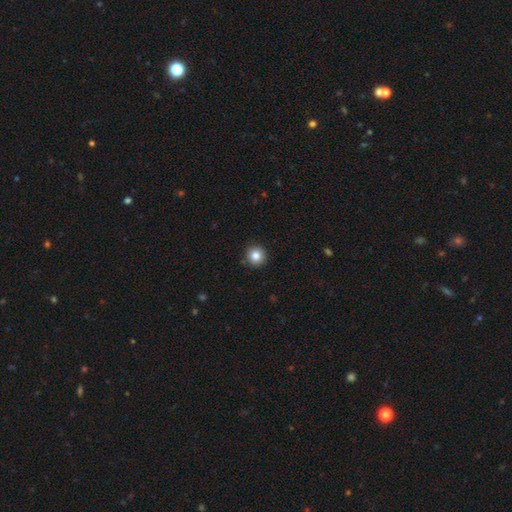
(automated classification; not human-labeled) smooth-or-featured: smooth: 83% | star or artifact: 10% | featured or disk: 7%
  how-rounded: round: 95% | in between: 4% | cigar-shaped: 1%
  merging: none: 91% | minor disturbance: 6% | major disturbance: 2% | merger: 1%